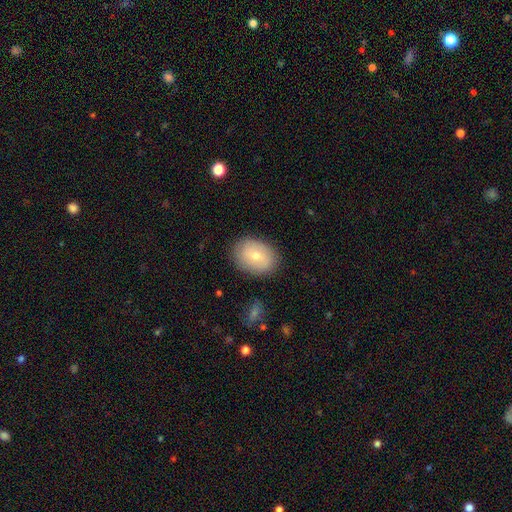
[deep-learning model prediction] Q: Smooth or featured?
A: smooth (57%); runner-up: featured or disk (34%)
Q: How rounded?
A: in between (67%); runner-up: round (32%)
Q: Merging?
A: none (85%); runner-up: minor disturbance (11%)